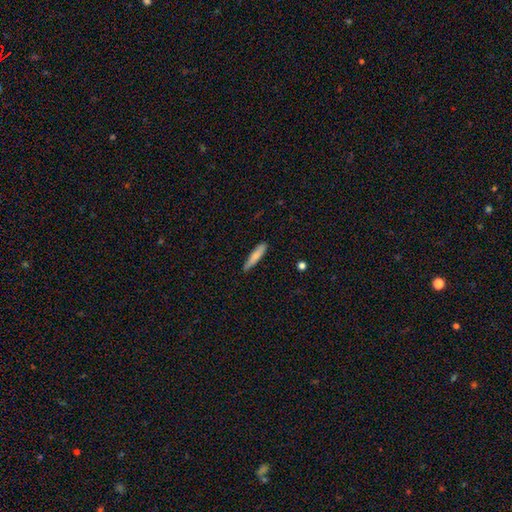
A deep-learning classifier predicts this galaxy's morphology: smooth_or_featured: smooth (p=0.79) [alt: featured or disk p=0.15]
how_rounded: cigar-shaped (p=0.87) [alt: in between p=0.12]
merging: none (p=0.83) [alt: minor disturbance p=0.14]